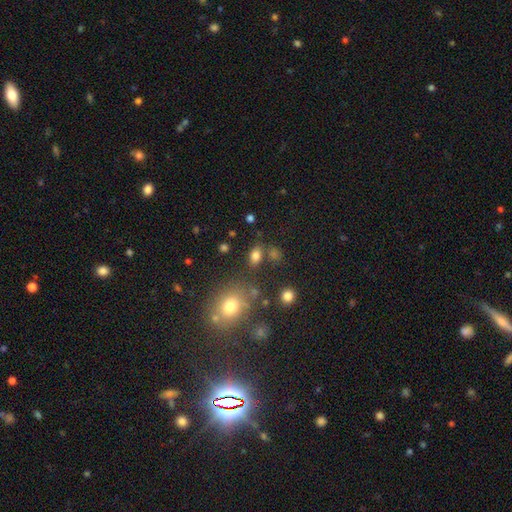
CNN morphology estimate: Q: Smooth or featured?
A: smooth (79%); runner-up: star or artifact (13%)
Q: How rounded?
A: in between (79%); runner-up: round (19%)
Q: Merging?
A: none (72%); runner-up: minor disturbance (12%)